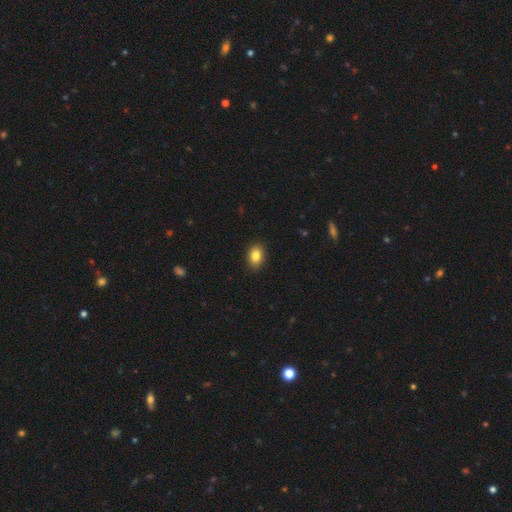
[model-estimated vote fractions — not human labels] Morphology: type=smooth (84%); roundness=in between (76%); merging=none (90%).